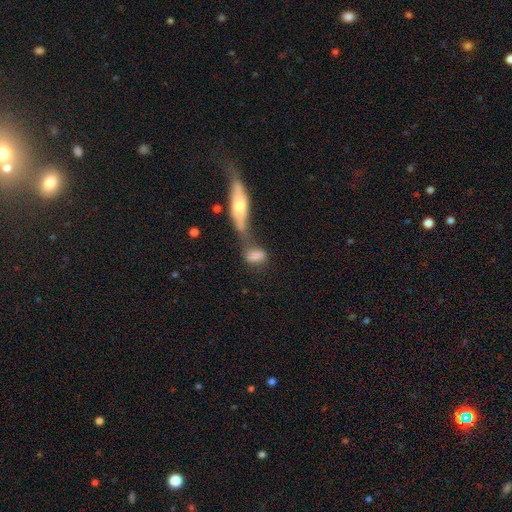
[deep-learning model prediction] Smooth or featured?
  - smooth: 70% *
  - featured or disk: 20%
  - star or artifact: 10%
How rounded?
  - in between: 75% *
  - cigar-shaped: 15%
  - round: 10%
Merging?
  - merger: 59% *
  - none: 22%
  - minor disturbance: 10%
  - major disturbance: 9%